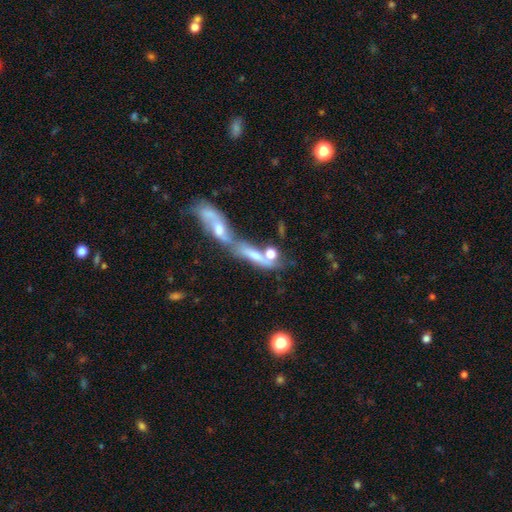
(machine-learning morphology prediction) The model was most divided on "smooth or featured": smooth: 46%, featured or disk: 41%, star or artifact: 13%. More confident: merging — merger (65%).